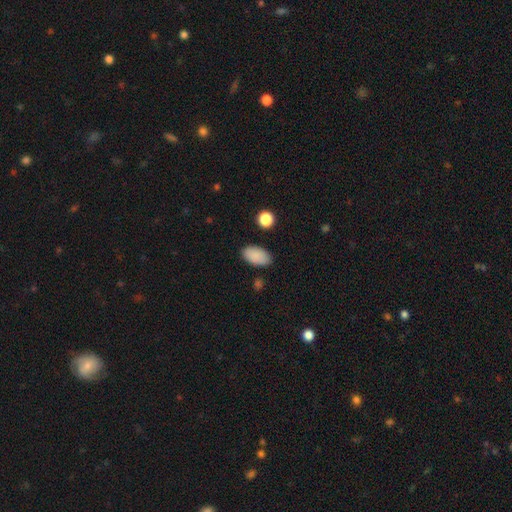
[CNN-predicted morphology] Smooth or featured?
  - smooth: 88% *
  - star or artifact: 8%
  - featured or disk: 4%
How rounded?
  - in between: 93% *
  - round: 4%
  - cigar-shaped: 2%
Merging?
  - none: 85% *
  - minor disturbance: 11%
  - major disturbance: 3%
  - merger: 2%